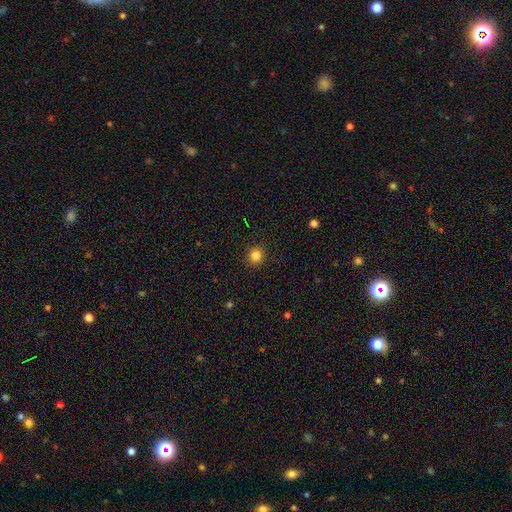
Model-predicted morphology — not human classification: Smooth or featured? Predicted: smooth (p=0.84). How rounded? Predicted: round (p=0.90). Merging? Predicted: none (p=0.91).